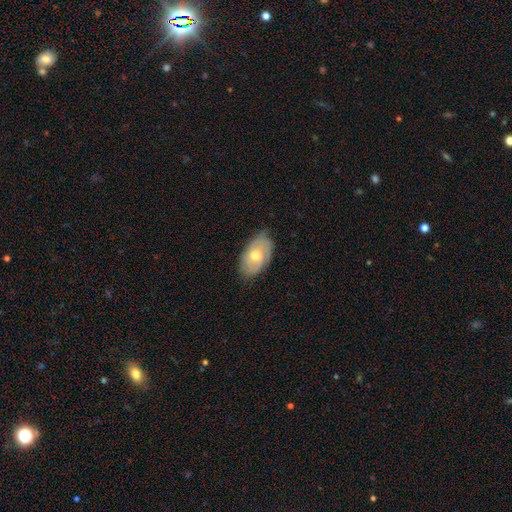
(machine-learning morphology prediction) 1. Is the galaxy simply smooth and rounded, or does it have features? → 59% featured or disk, 35% smooth, 6% star or artifact.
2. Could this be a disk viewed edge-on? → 93% no, 7% yes.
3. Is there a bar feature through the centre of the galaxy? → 64% no, 32% weak, 4% strong.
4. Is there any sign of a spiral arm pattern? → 83% yes, 17% no.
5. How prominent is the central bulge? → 68% moderate, 25% small, 4% large, 1% none, 1% dominant.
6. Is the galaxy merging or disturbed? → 72% none, 22% minor disturbance, 5% major disturbance, 1% merger.